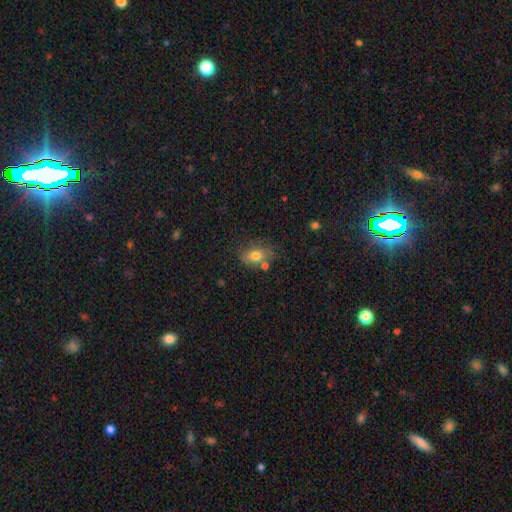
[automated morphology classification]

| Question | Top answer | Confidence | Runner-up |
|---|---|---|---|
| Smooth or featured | smooth | 74% | featured or disk (15%) |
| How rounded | in between | 73% | round (25%) |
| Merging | none | 59% | minor disturbance (21%) |